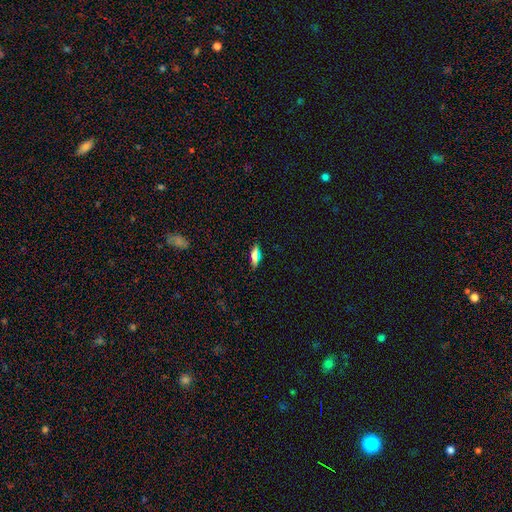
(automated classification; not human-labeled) Overall: smooth (47%; featured or disk 37%). Merging: none (88%).